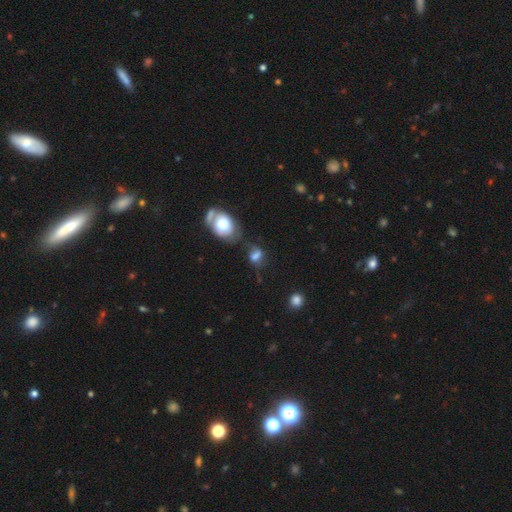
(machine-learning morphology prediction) The model was most divided on "merging": none: 40%, minor disturbance: 23%, merger: 20%, major disturbance: 16%. More confident: smooth or featured — smooth (66%); how rounded — in between (65%).